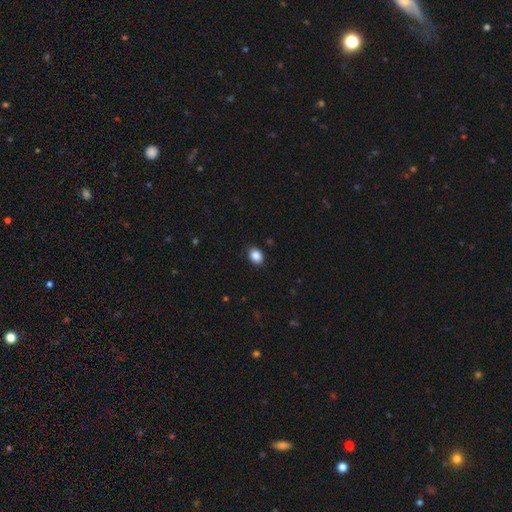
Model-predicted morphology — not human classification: A smooth galaxy with no disk features (86%) that is in between round and cigar-shaped (61%).

Vote fractions:
- Smooth or featured? smooth: 86% / star or artifact: 9% / featured or disk: 4%
- How rounded? in between: 61% / round: 39% / cigar-shaped: 1%
- Merging? none: 88% / minor disturbance: 9% / major disturbance: 2% / merger: 1%